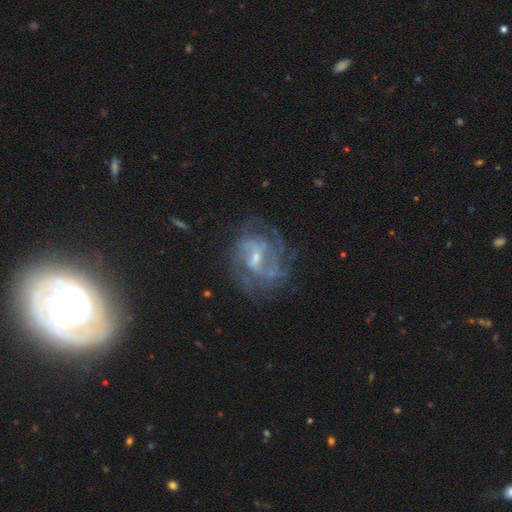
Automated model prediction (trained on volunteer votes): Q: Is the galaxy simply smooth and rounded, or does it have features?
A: featured or disk — 79%.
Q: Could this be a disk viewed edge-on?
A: no — 97%.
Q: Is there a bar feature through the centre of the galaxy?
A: weak — 50%.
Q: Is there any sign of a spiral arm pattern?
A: yes — 91%.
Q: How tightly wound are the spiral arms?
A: medium — 42%, tied with tight.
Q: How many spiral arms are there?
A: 2 — 34%.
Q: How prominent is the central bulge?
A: small — 59%.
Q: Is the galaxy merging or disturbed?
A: none — 72%.